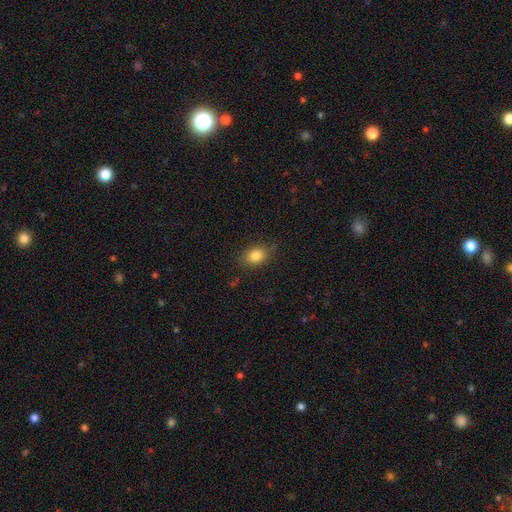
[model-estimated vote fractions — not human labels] A smooth galaxy with no disk features (83%) that is in between round and cigar-shaped (64%). Merging: none (78%).